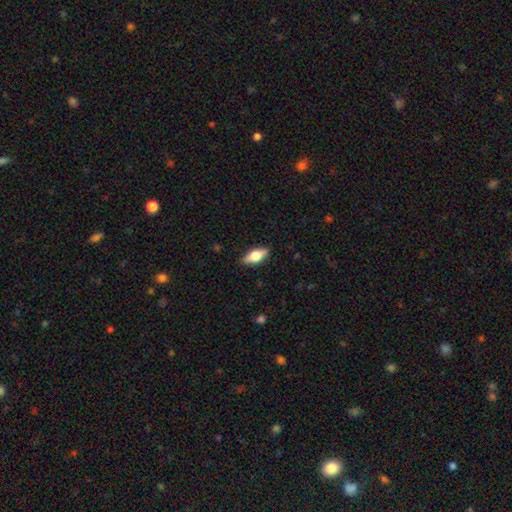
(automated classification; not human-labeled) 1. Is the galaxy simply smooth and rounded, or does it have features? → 67% smooth, 27% featured or disk, 6% star or artifact.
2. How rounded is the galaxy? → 79% in between, 18% cigar-shaped, 3% round.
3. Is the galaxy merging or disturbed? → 87% none, 10% minor disturbance, 2% major disturbance, 1% merger.